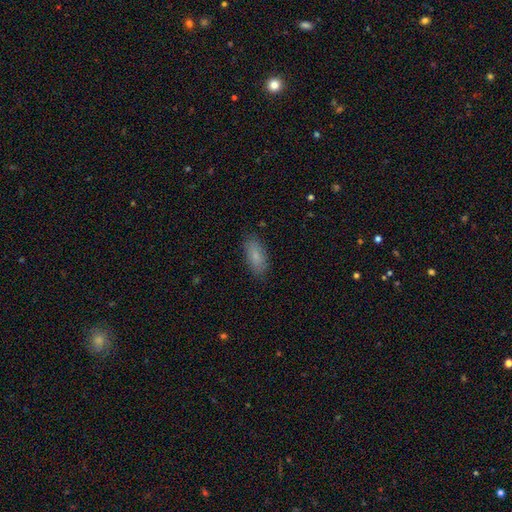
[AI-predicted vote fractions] Q: Smooth or featured?
A: smooth (81%); runner-up: featured or disk (11%)
Q: How rounded?
A: in between (81%); runner-up: cigar-shaped (16%)
Q: Merging?
A: none (85%); runner-up: minor disturbance (12%)